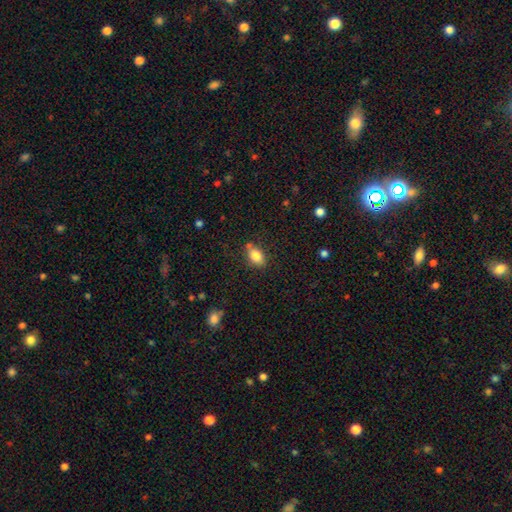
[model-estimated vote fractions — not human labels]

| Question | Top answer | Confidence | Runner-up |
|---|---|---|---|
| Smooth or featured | smooth | 82% | featured or disk (9%) |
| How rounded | in between | 85% | round (12%) |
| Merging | none | 75% | minor disturbance (15%) |